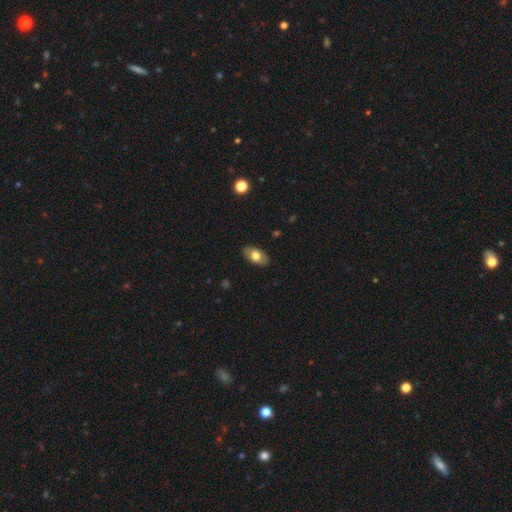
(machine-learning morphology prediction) smooth_or_featured: smooth (p=0.70) [alt: featured or disk p=0.23]
how_rounded: in between (p=0.93) [alt: round p=0.05]
merging: none (p=0.87) [alt: minor disturbance p=0.10]